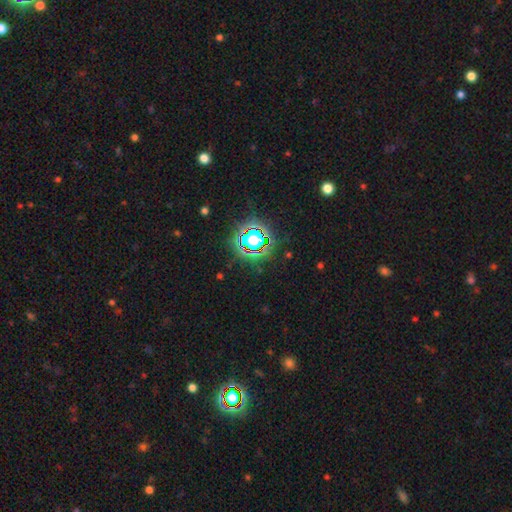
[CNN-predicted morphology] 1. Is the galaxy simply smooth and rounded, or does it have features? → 82% star or artifact, 11% smooth, 7% featured or disk.